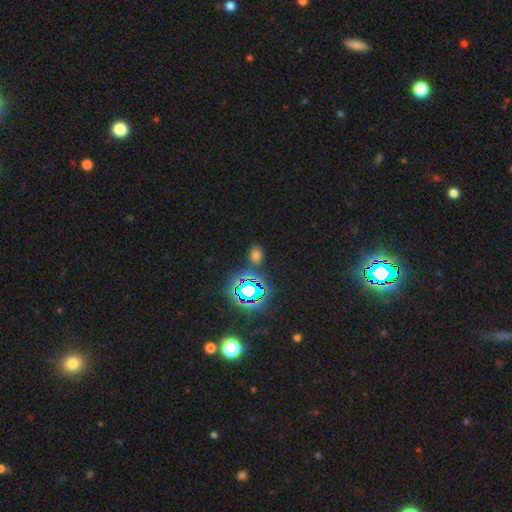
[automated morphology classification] Overall: smooth (52%; star or artifact 40%). How rounded: in between (70%). Merging: none (78%).